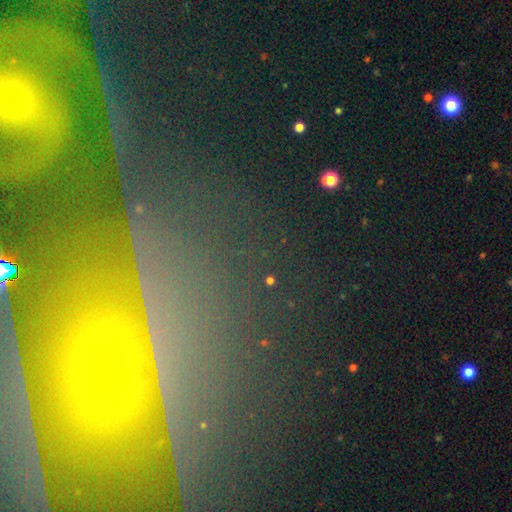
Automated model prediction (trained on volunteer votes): Smooth or featured: star or artifact — 60% (featured or disk — 24%)